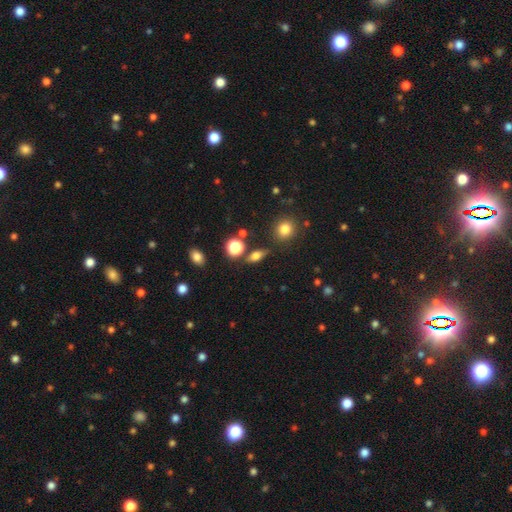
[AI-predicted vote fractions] Smooth or featured? smooth (68%)
How rounded? in between (64%)
Merging? none (77%)